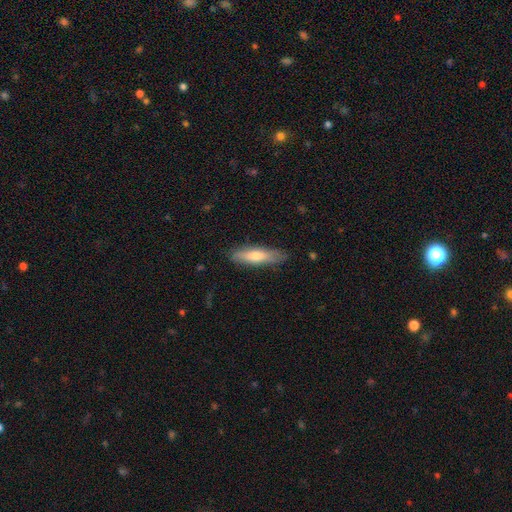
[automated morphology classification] Smooth or featured? smooth (64%)
How rounded? cigar-shaped (73%)
Merging? none (83%)